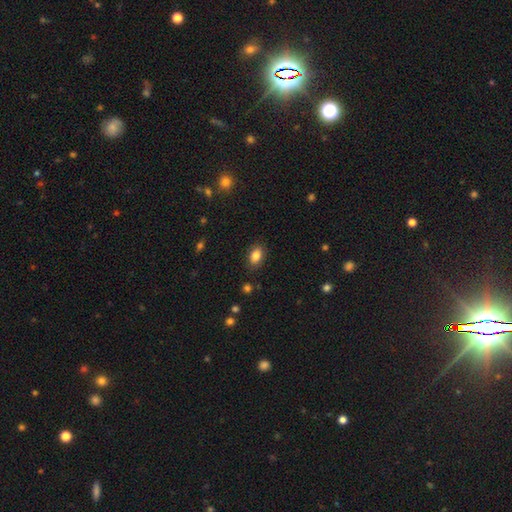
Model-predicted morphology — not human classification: This is clearly a smooth galaxy (85%). How rounded: clearly in between (86%). Merging: clearly none (87%).